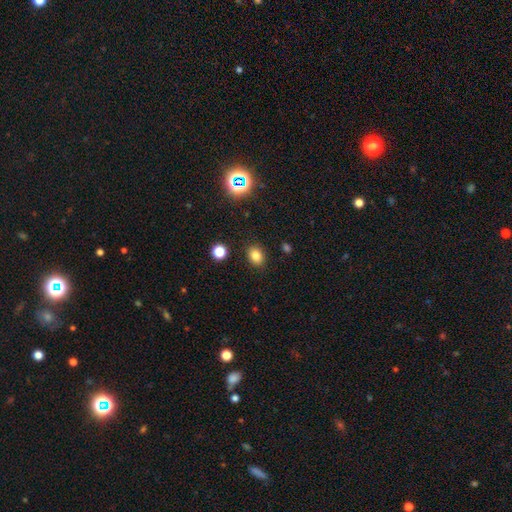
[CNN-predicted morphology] Smooth or featured? Predicted: smooth (p=0.80). How rounded? Predicted: in between (p=0.58). Merging? Predicted: none (p=0.87).